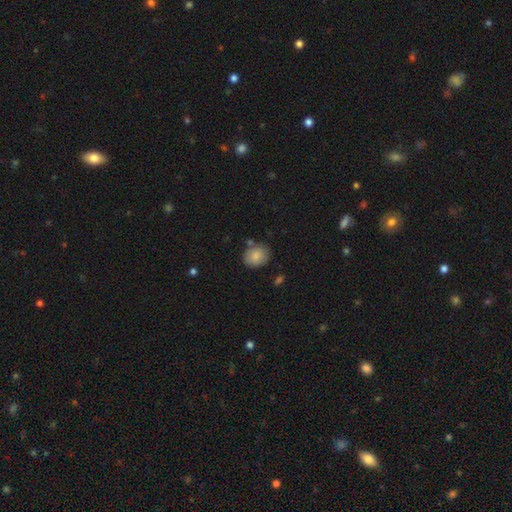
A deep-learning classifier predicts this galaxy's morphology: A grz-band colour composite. It shows a smooth galaxy with no disk features (84%) that is round (52%). Merging: none (76%).